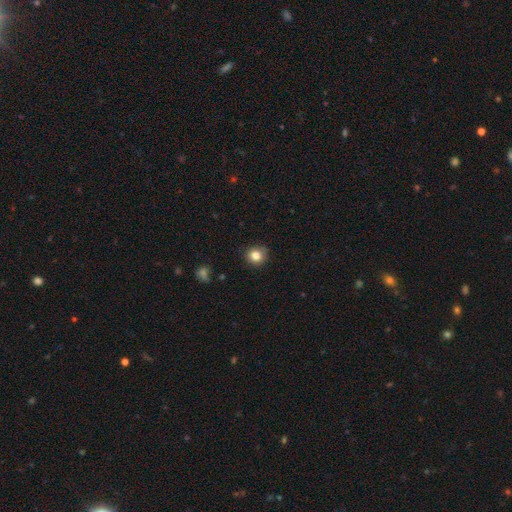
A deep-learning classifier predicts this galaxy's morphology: Overall: smooth (83%). How rounded: round (88%). Merging: none (85%).